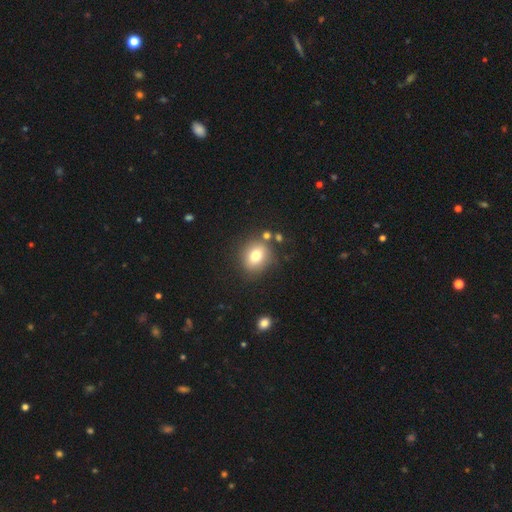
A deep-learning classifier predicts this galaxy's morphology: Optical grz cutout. It shows a smooth galaxy with no disk features (76%) that is round (64%). Merging: none (76%).